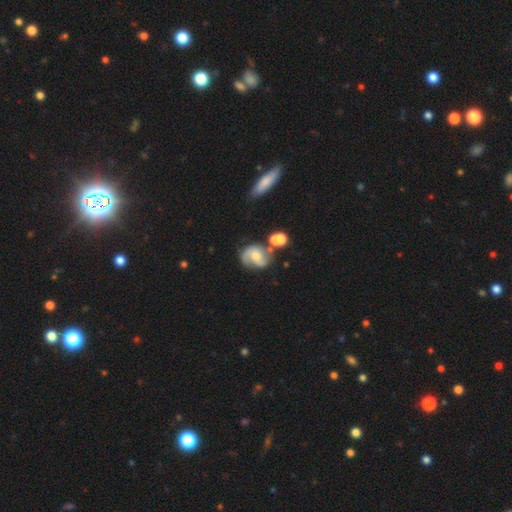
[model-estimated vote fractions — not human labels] Q: Smooth or featured?
A: featured or disk (69%); runner-up: smooth (22%)
Q: Edge-on disk?
A: no (97%); runner-up: yes (3%)
Q: Bar?
A: no (60%); runner-up: weak (34%)
Q: Spiral arms?
A: yes (90%); runner-up: no (10%)
Q: Spiral winding?
A: medium (47%); runner-up: loose (29%)
Q: Spiral arm count?
A: 2 (75%); runner-up: can't tell (10%)
Q: Bulge size?
A: moderate (47%); runner-up: small (41%)
Q: Merging?
A: none (49%); runner-up: minor disturbance (22%)